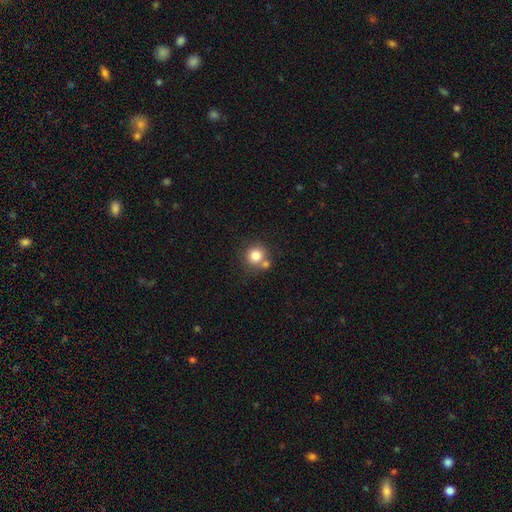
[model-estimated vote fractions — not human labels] The model was most divided on "merging": none: 60%, merger: 27%, minor disturbance: 10%, major disturbance: 3%. More confident: how rounded — round (90%); smooth or featured — smooth (81%).